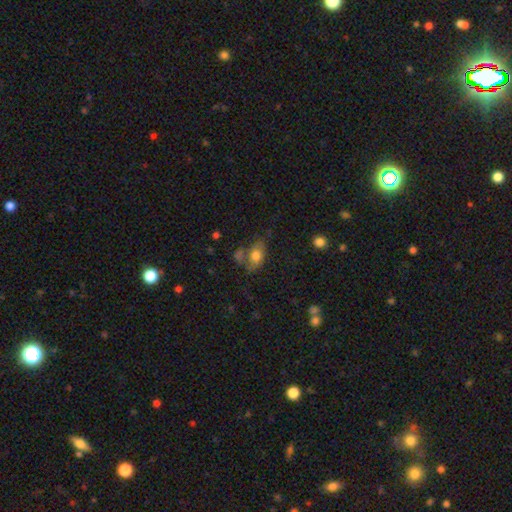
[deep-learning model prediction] Q: Smooth or featured?
A: smooth (66%); runner-up: featured or disk (24%)
Q: How rounded?
A: in between (80%); runner-up: round (17%)
Q: Merging?
A: none (41%); runner-up: minor disturbance (25%)